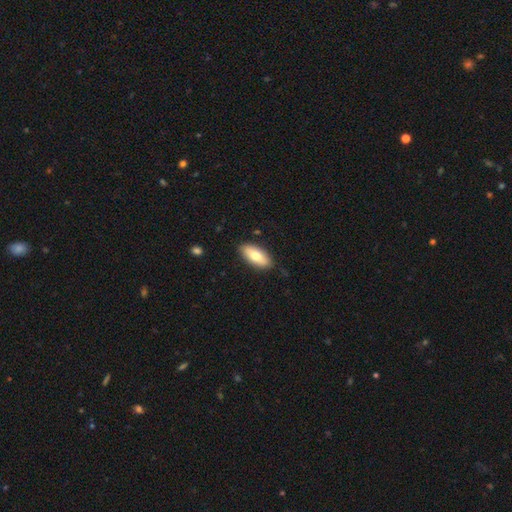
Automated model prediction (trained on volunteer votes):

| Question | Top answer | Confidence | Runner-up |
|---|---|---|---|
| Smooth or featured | smooth | 75% | featured or disk (19%) |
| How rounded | in between | 88% | cigar-shaped (9%) |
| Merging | none | 87% | minor disturbance (10%) |